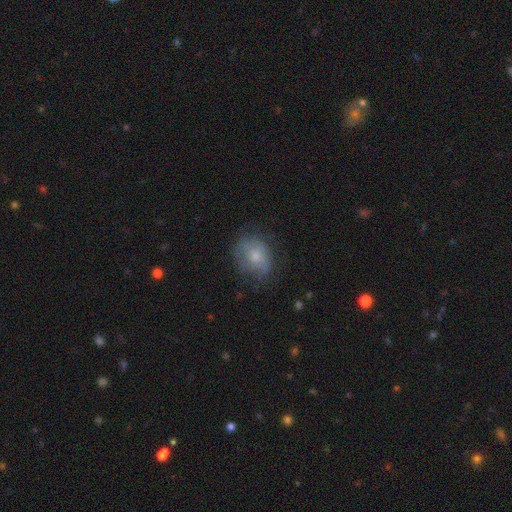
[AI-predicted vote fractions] Smooth or featured? smooth (62%)
How rounded? in between (51%)
Merging? none (62%)